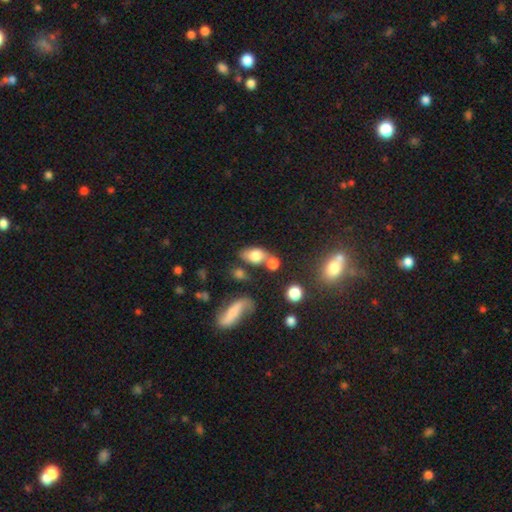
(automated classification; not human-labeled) This is likely a smooth galaxy (74%). How rounded: clearly in between (82%). Merging: possibly none (46%).